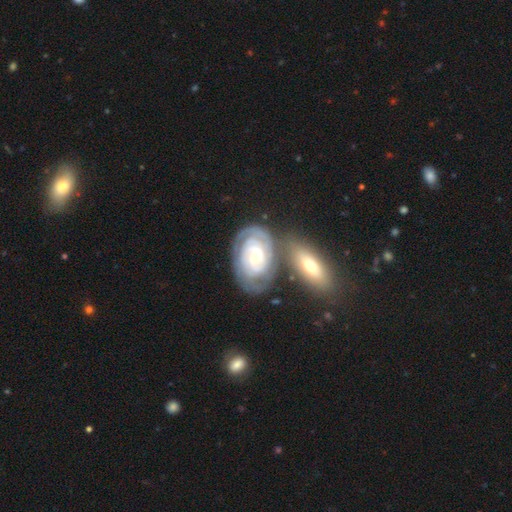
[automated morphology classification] This is clearly a featured or disk galaxy (85%). It is clearly not viewed edge-on (96%). Bar: marginally no (45%). Spiral arm pattern: clearly yes (96%). Spiral arm count: marginally 2 (35%). Spiral winding: likely tight (78%). Central bulge: possibly small (49%). Merging: possibly none (57%).